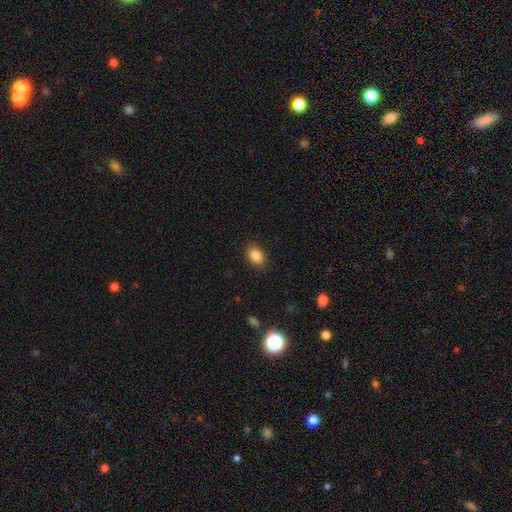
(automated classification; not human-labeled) This is clearly a smooth galaxy (88%). How rounded: clearly in between (86%). Merging: clearly none (86%).